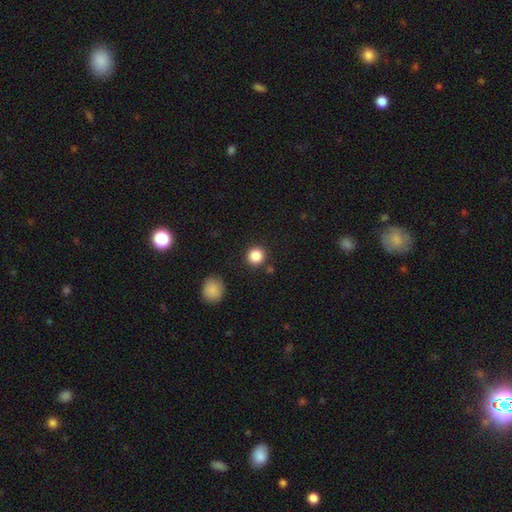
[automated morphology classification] The model was most divided on "smooth or featured": smooth: 86%, star or artifact: 10%, featured or disk: 4%. More confident: how rounded — round (93%); merging — none (89%).